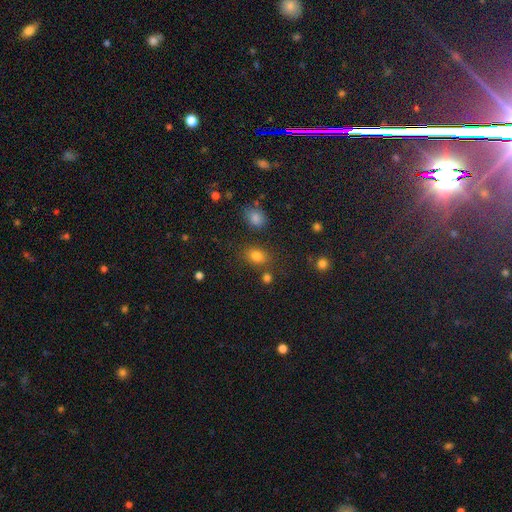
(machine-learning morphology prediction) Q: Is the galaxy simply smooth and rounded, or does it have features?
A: smooth — 80%.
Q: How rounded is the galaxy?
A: in between — 69%.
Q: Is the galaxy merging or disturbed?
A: none — 76%.